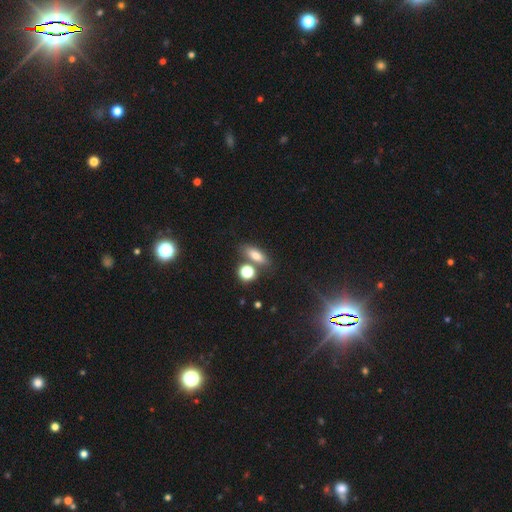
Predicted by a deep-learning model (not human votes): This is likely a smooth galaxy (75%). How rounded: likely in between (65%). Merging: likely none (67%).